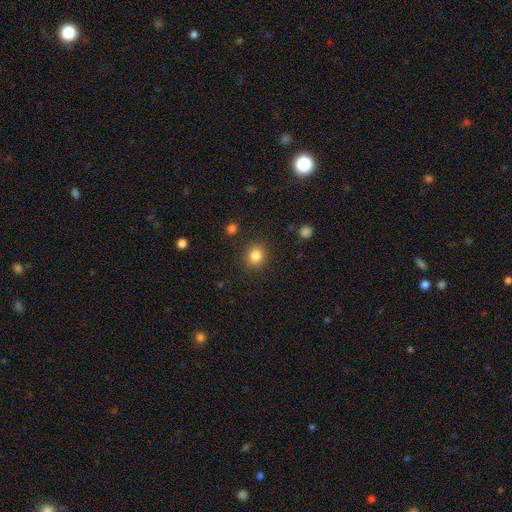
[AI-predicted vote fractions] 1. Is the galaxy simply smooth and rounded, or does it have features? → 84% smooth, 11% star or artifact, 5% featured or disk.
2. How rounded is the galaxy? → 79% round, 20% in between, 1% cigar-shaped.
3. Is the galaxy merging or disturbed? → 89% none, 7% minor disturbance, 3% major disturbance, 2% merger.